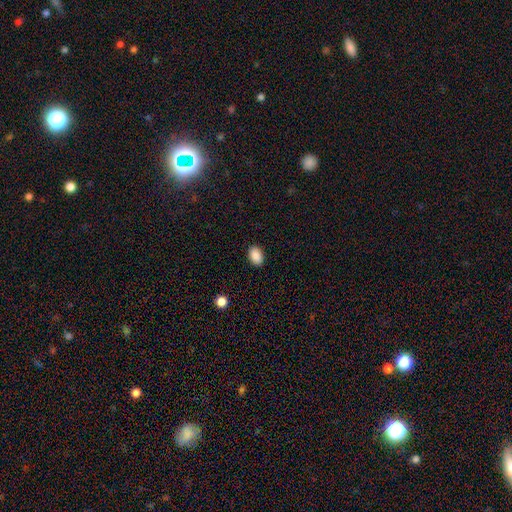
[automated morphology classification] smooth_or_featured: smooth (p=0.89) [alt: star or artifact p=0.08]
how_rounded: in between (p=0.85) [alt: round p=0.14]
merging: none (p=0.89) [alt: minor disturbance p=0.08]